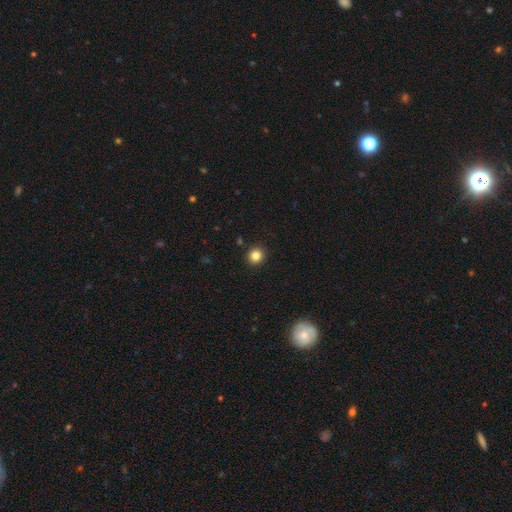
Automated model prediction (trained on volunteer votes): This is clearly a smooth galaxy (83%). How rounded: clearly round (92%). Merging: clearly none (93%).